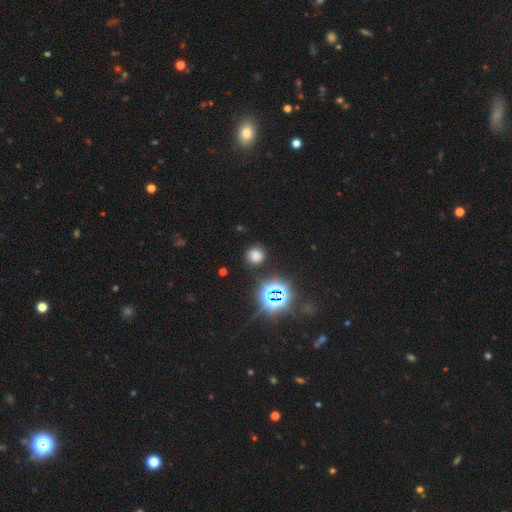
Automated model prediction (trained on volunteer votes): Overall: smooth (67%; star or artifact 27%). How rounded: round (88%). Merging: none (83%).